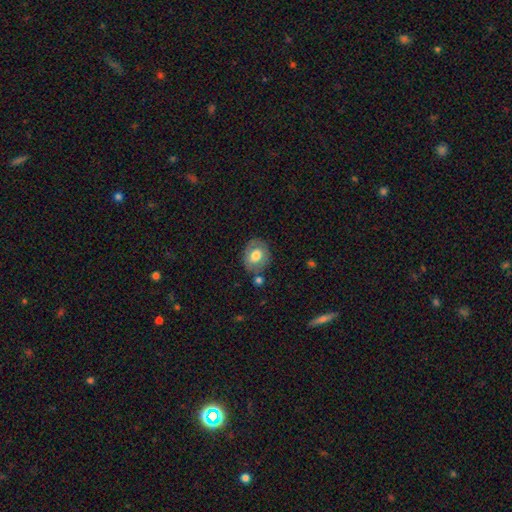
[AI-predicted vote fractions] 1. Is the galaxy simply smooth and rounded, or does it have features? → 61% smooth, 31% featured or disk, 7% star or artifact.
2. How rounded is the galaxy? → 51% in between, 48% round, 1% cigar-shaped.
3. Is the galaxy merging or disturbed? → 72% none, 17% minor disturbance, 6% merger, 5% major disturbance.